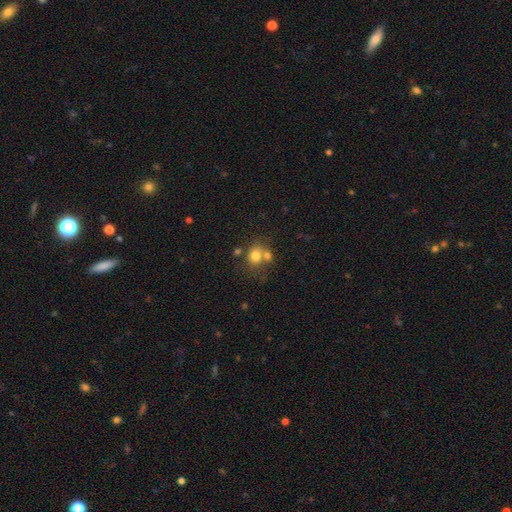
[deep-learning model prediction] Morphology: type=smooth (76%); roundness=round (71%); merging=none (45%).